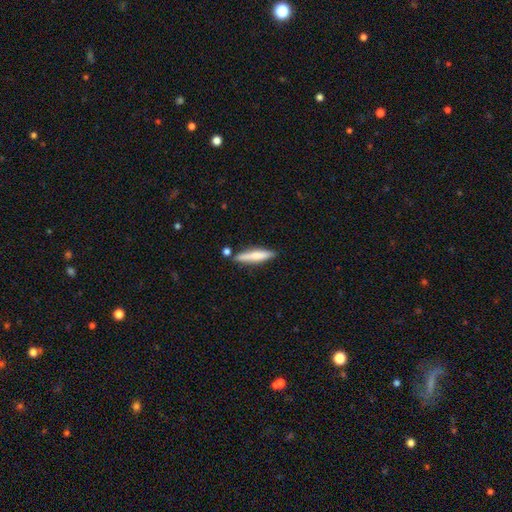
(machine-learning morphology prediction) Q: Smooth or featured?
A: smooth (67%); runner-up: featured or disk (27%)
Q: How rounded?
A: cigar-shaped (85%); runner-up: in between (13%)
Q: Merging?
A: none (79%); runner-up: minor disturbance (12%)